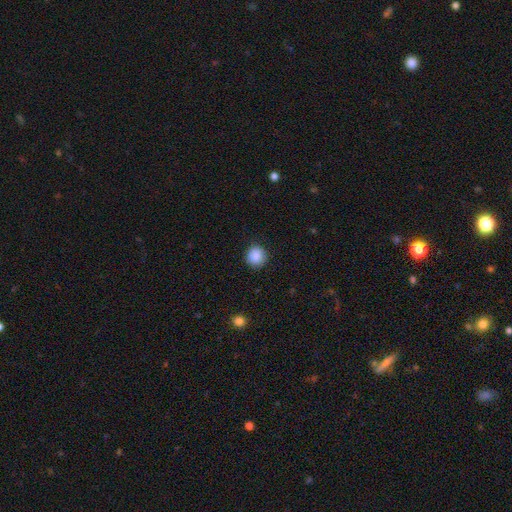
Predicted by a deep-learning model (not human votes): smooth 88%, star or artifact 8%, featured or disk 4%. Down the decision tree: how rounded — round (90%); merging — none (88%).